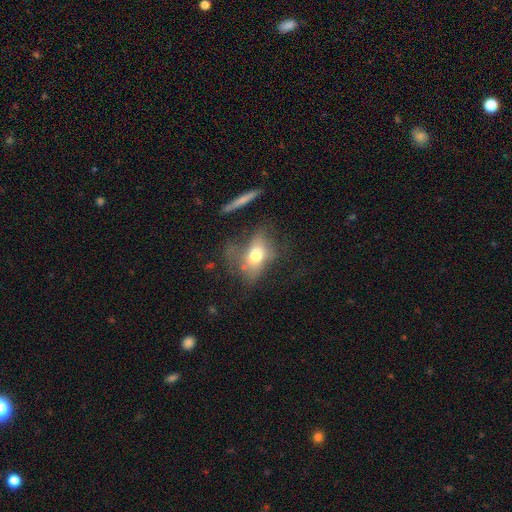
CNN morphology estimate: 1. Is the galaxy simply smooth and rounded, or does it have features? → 60% smooth, 30% featured or disk, 10% star or artifact.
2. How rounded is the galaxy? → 77% in between, 18% round, 5% cigar-shaped.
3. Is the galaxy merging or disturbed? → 38% major disturbance, 33% none, 23% minor disturbance, 6% merger.